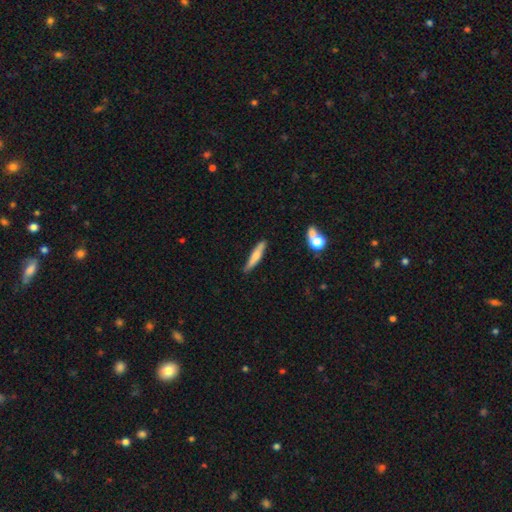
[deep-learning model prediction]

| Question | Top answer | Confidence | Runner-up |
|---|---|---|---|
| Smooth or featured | smooth | 61% | featured or disk (32%) |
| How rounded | cigar-shaped | 89% | in between (10%) |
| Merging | none | 81% | minor disturbance (14%) |